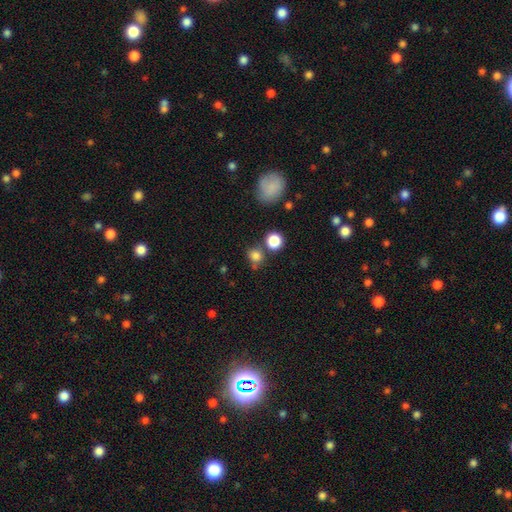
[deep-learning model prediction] Morphology: type=smooth (79%); roundness=round (82%); merging=none (68%).